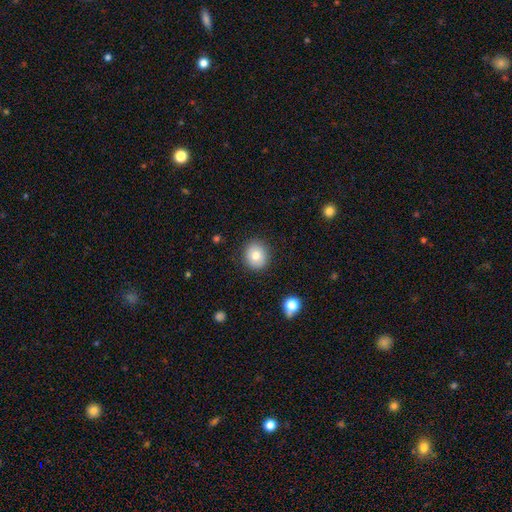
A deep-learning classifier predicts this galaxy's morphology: Overall: smooth (78%). How rounded: round (81%). Merging: none (89%).